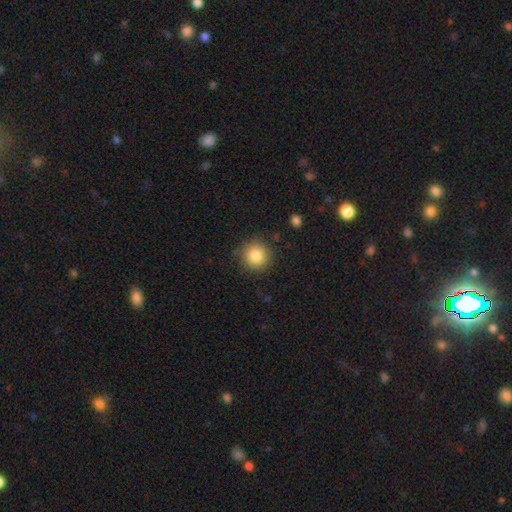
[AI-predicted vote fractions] This appears to be a smooth galaxy with no disk features (85%) that is round (93%). Merging: none (88%).